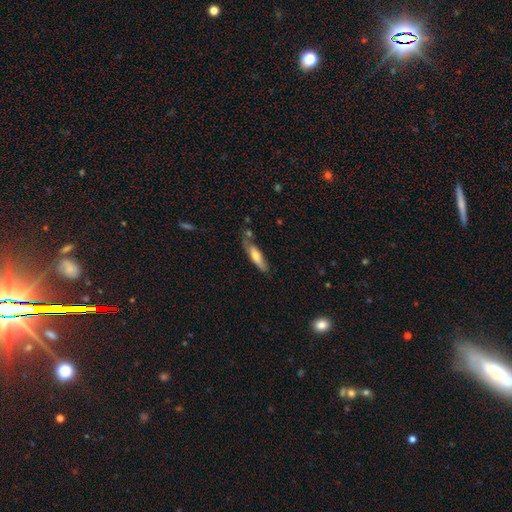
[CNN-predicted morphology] Smooth or featured? Predicted: smooth (p=0.58). How rounded? Predicted: cigar-shaped (p=0.64). Merging? Predicted: none (p=0.60).